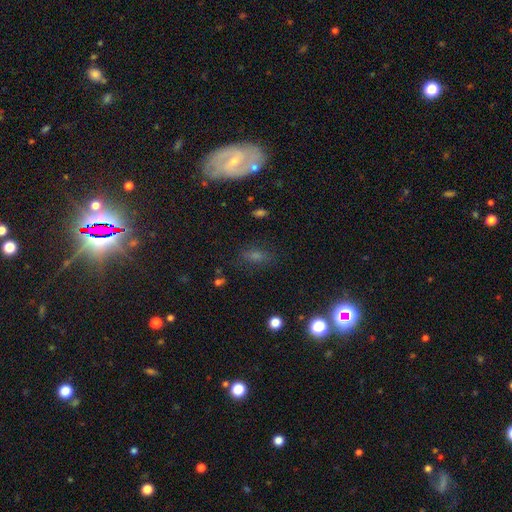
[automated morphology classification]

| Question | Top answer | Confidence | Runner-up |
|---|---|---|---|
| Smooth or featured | smooth | 54% | star or artifact (25%) |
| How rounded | in between | 77% | round (14%) |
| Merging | none | 71% | minor disturbance (17%) |